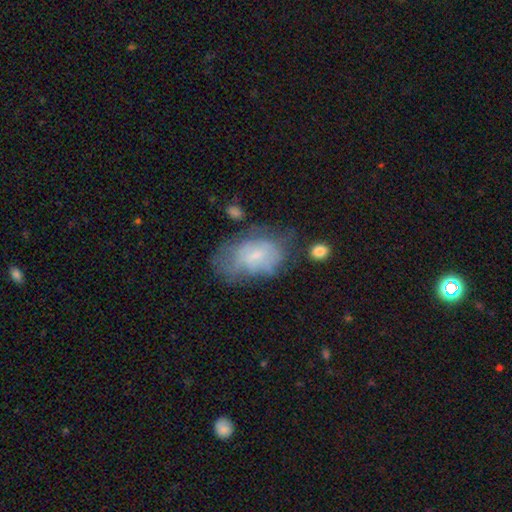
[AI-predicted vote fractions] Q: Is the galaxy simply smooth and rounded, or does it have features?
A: smooth — 46%.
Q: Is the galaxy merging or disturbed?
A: none — 40%.